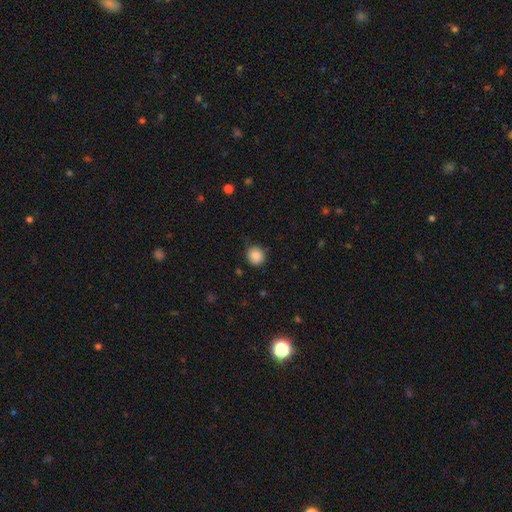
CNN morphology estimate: Overall: smooth (87%). How rounded: round (90%). Merging: none (82%).